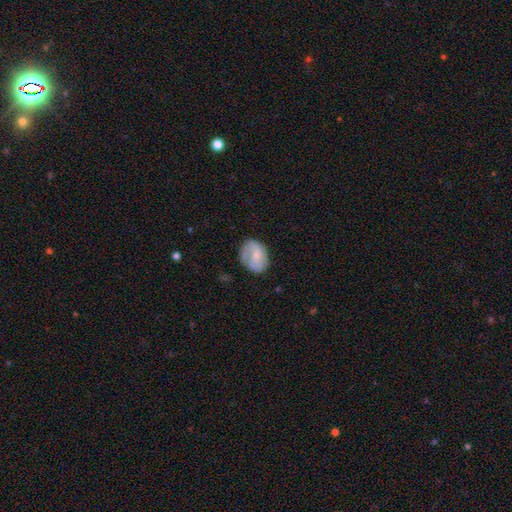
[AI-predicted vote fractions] smooth_or_featured: smooth (p=0.58) [alt: featured or disk p=0.35]
how_rounded: in between (p=0.59) [alt: round p=0.40]
merging: none (p=0.62) [alt: minor disturbance p=0.26]